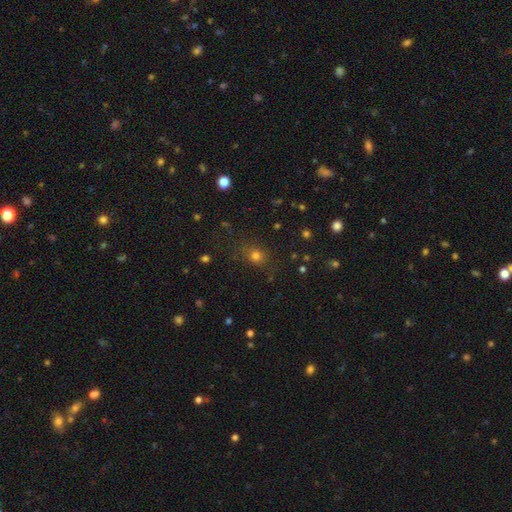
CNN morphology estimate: smooth-or-featured: smooth: 72% | star or artifact: 20% | featured or disk: 7%
  how-rounded: round: 71% | in between: 28% | cigar-shaped: 1%
  merging: none: 81% | minor disturbance: 12% | major disturbance: 5% | merger: 2%